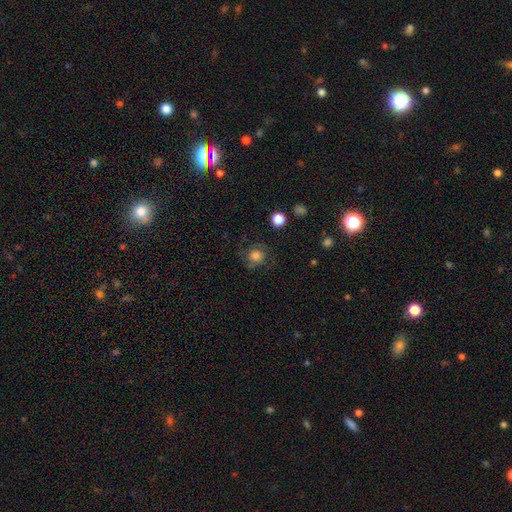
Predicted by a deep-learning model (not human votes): Overall: smooth (69%). How rounded: round (88%). Merging: none (71%).